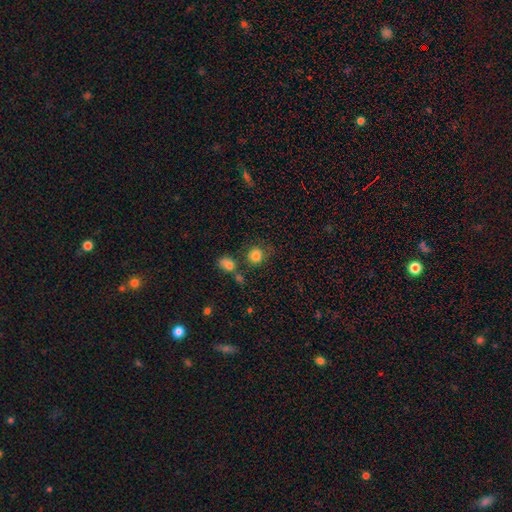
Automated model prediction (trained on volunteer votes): Smooth or featured? Predicted: smooth (p=0.82). How rounded? Predicted: round (p=0.82). Merging? Predicted: none (p=0.68).